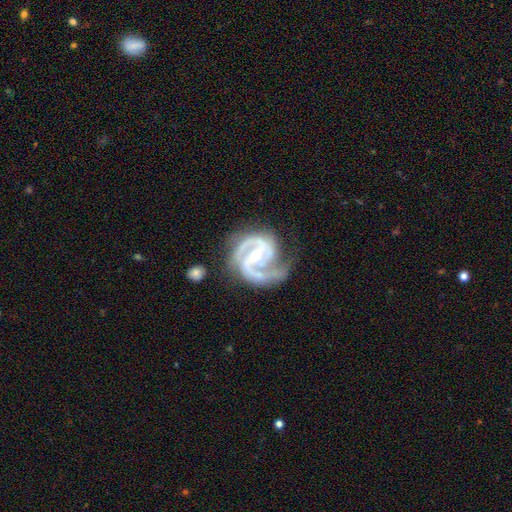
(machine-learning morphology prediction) featured or disk 93%, star or artifact 4%, smooth 3%. Down the decision tree: edge-on disk — no (98%); bar — weak (39%); spiral arms — yes (99%); spiral arm count — 2 (71%); spiral winding — tight (47%, tied with medium); bulge size — moderate (51%); merging — none (62%).